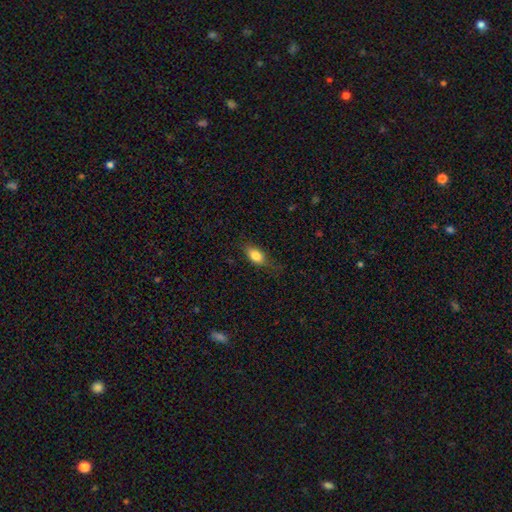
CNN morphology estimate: Smooth or featured: smooth — 80% (featured or disk — 12%)
How rounded: in between — 85% (round — 8%)
Merging: none — 72% (minor disturbance — 21%)